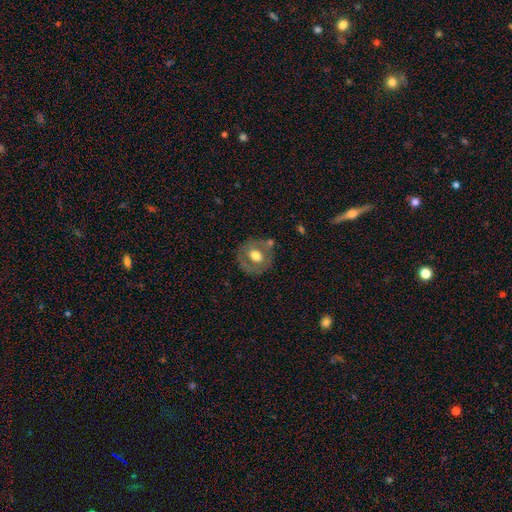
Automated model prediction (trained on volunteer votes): Smooth or featured? smooth (52%)
How rounded? round (79%)
Merging? none (72%)